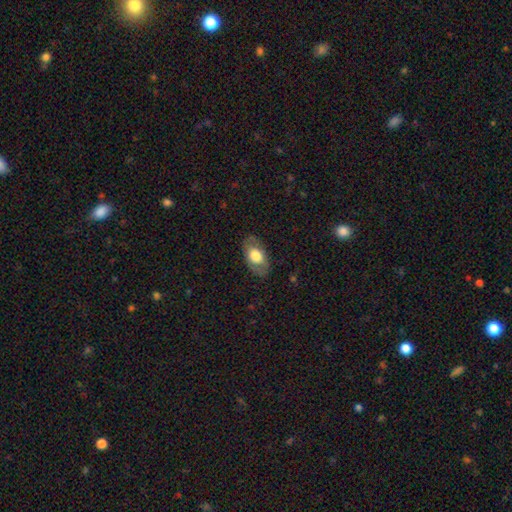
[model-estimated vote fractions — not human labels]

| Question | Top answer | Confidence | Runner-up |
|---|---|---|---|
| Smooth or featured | smooth | 65% | featured or disk (29%) |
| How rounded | in between | 92% | round (7%) |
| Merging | none | 81% | minor disturbance (13%) |